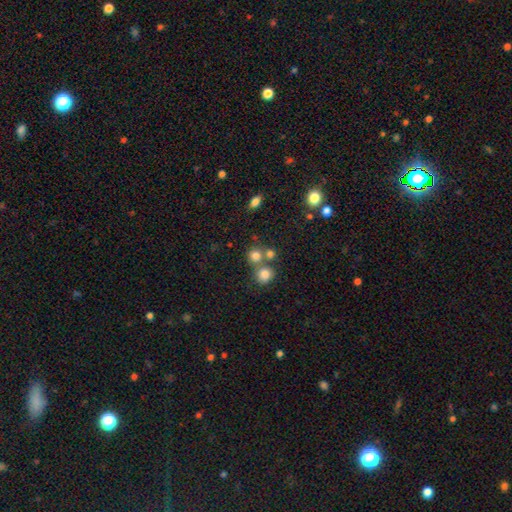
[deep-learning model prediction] smooth 77%, star or artifact 15%, featured or disk 8%. Down the decision tree: how rounded — round (87%); merging — none (58%).